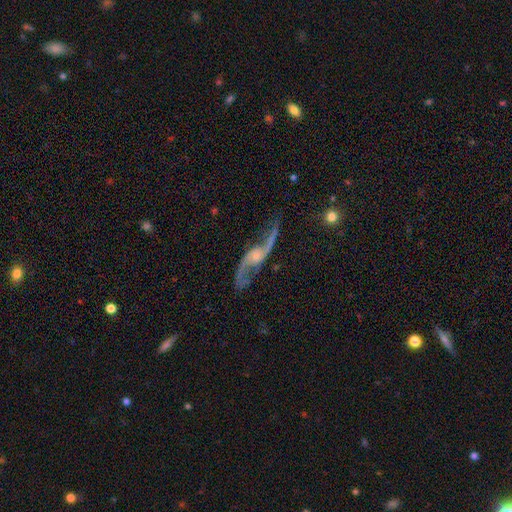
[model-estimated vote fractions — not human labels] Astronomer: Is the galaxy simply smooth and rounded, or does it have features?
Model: featured or disk — 89%.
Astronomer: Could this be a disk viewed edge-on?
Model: no — 87%.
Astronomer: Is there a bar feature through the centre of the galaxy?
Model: no — 56% (runner-up: weak, 34%).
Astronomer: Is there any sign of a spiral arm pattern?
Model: yes — 96%.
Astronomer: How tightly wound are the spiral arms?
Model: loose — 84%.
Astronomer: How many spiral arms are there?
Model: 2 — 93%.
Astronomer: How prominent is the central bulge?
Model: small — 47% (runner-up: moderate, 35%).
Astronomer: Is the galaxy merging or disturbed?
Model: none — 68%.